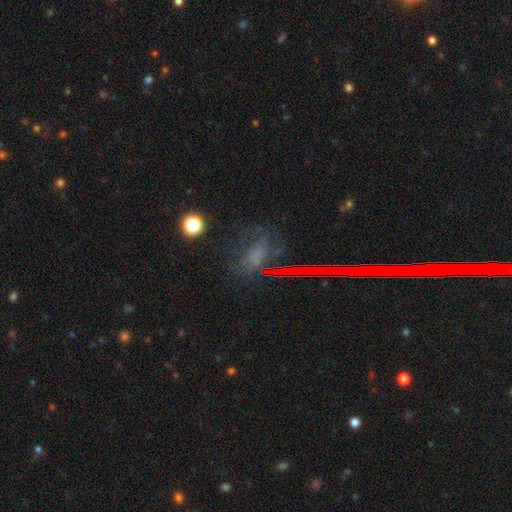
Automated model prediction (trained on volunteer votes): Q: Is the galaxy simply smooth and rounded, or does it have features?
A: smooth — 37%.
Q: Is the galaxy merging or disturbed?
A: none — 54%.